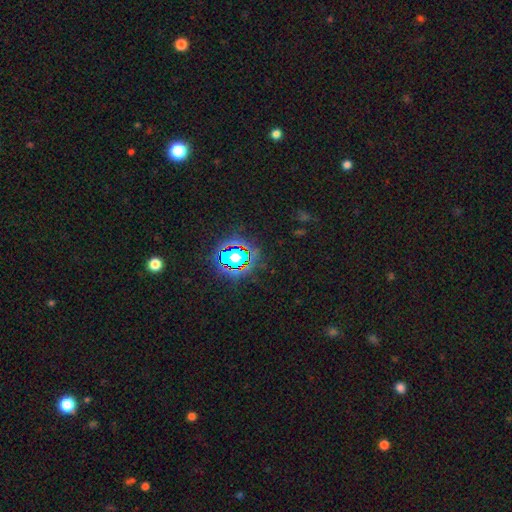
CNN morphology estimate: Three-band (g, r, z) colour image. It shows a star or artifact, not a galaxy (81%).